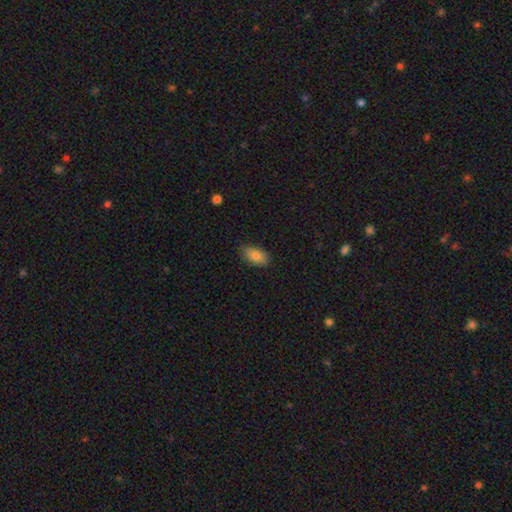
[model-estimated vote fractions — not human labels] Morphology: type=smooth (83%); roundness=in between (92%); merging=none (82%).